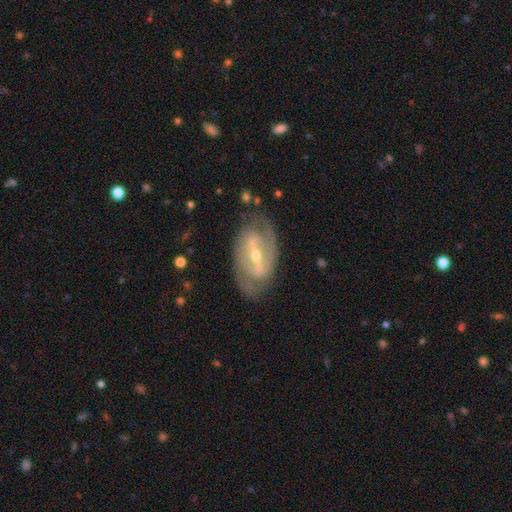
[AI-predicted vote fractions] Smooth or featured?
  - featured or disk: 84% *
  - smooth: 10%
  - star or artifact: 5%
Edge-on disk?
  - no: 93% *
  - yes: 7%
Bar?
  - strong: 59% *
  - weak: 30%
  - no: 11%
Spiral arms?
  - yes: 82% *
  - no: 18%
Spiral winding?
  - medium: 42% * (tied)
  - tight: 42% * (tied)
  - loose: 16%
Spiral arm count?
  - 2: 80% *
  - can't tell: 12%
  - 1: 3%
  - 3: 3%
  - 4: 1%
  - more than 4: 1%
Bulge size?
  - small: 51% *
  - moderate: 46%
  - large: 2%
  - none: 1%
  - dominant: 1%
Merging?
  - none: 76% *
  - minor disturbance: 15%
  - major disturbance: 7%
  - merger: 2%